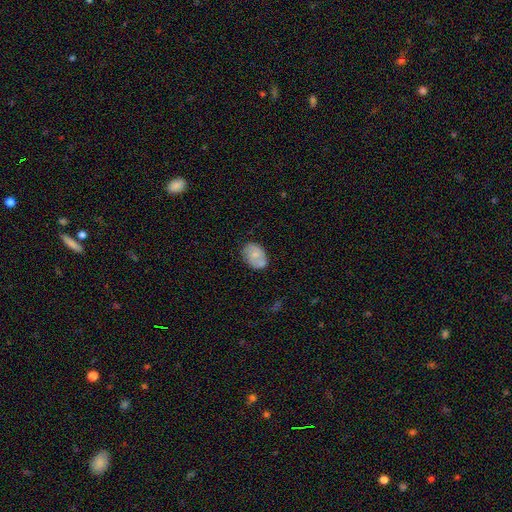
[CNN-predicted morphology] smooth-or-featured: smooth: 61% | featured or disk: 32% | star or artifact: 7%
  how-rounded: in between: 76% | round: 23% | cigar-shaped: 1%
  merging: none: 63% | minor disturbance: 23% | merger: 8% | major disturbance: 6%